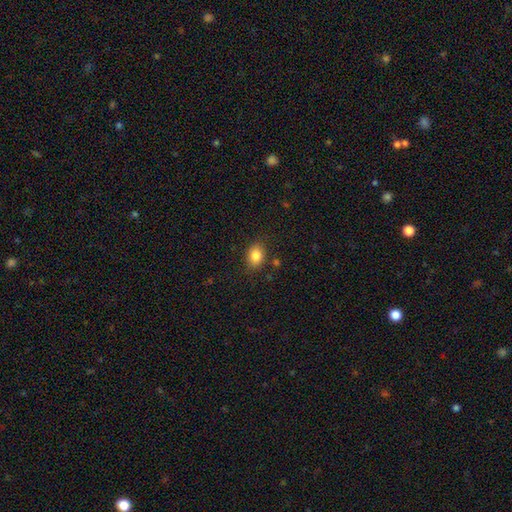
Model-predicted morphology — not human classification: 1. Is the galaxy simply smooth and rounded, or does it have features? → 83% smooth, 10% star or artifact, 8% featured or disk.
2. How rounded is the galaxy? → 62% in between, 37% round, 1% cigar-shaped.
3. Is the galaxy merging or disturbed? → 83% none, 12% minor disturbance, 3% major disturbance, 2% merger.